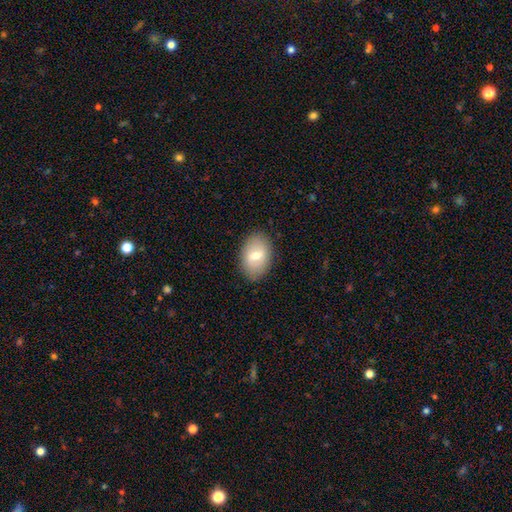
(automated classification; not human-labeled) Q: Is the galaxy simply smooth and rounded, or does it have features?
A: smooth — 67%.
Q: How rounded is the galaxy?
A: in between — 87%.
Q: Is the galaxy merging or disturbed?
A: none — 86%.